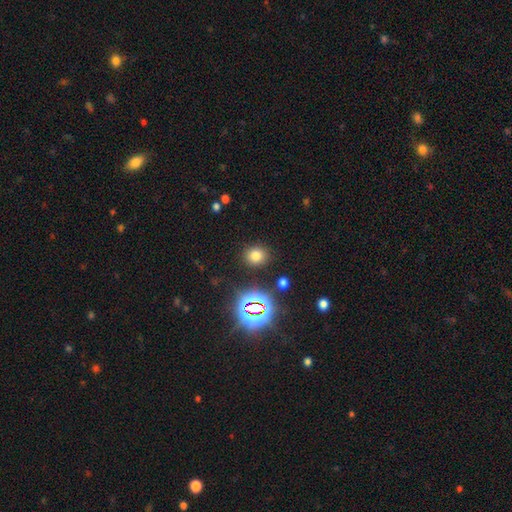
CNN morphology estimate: Overall: smooth (73%). How rounded: round (79%). Merging: none (87%).